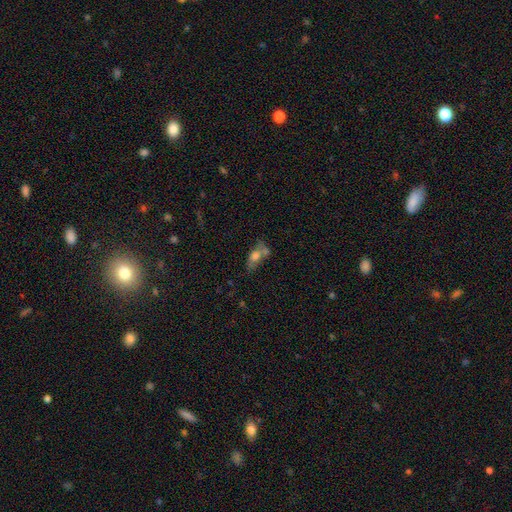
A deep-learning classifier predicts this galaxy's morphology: Smooth or featured? smooth (56%)
How rounded? in between (70%)
Merging? none (37%)